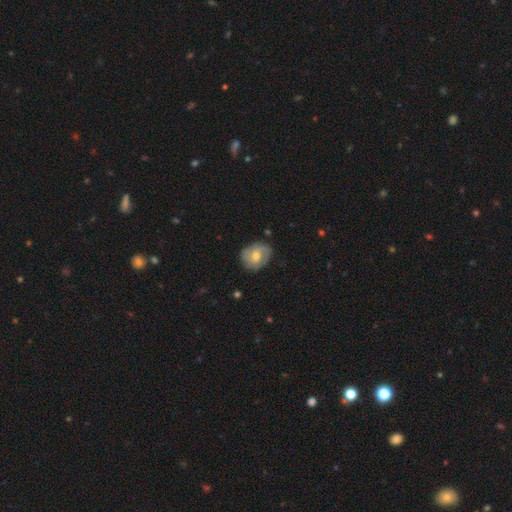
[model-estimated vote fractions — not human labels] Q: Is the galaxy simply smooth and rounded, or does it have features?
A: smooth — 51%.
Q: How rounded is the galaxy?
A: round — 57%.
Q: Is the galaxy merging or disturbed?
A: none — 72%.